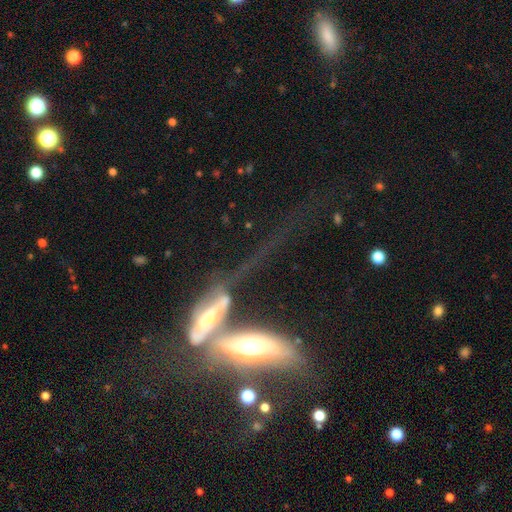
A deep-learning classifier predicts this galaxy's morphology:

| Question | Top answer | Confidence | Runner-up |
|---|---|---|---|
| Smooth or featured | featured or disk | 62% | smooth (27%) |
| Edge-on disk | yes | 57% | no (43%) |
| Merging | merger | 64% | major disturbance (14%) |